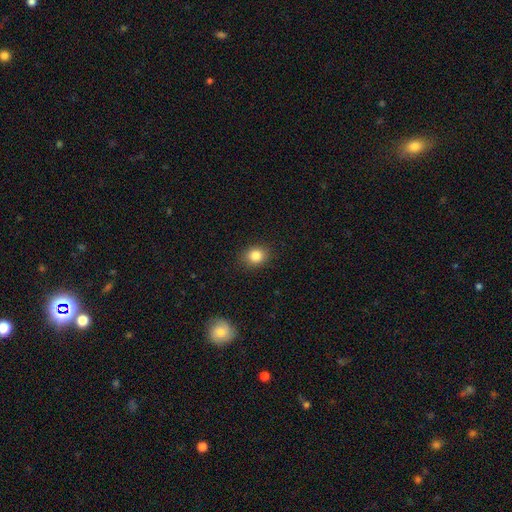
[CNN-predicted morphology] This appears to be a smooth galaxy with no disk features (84%) that is round (63%). Merging: none (88%).